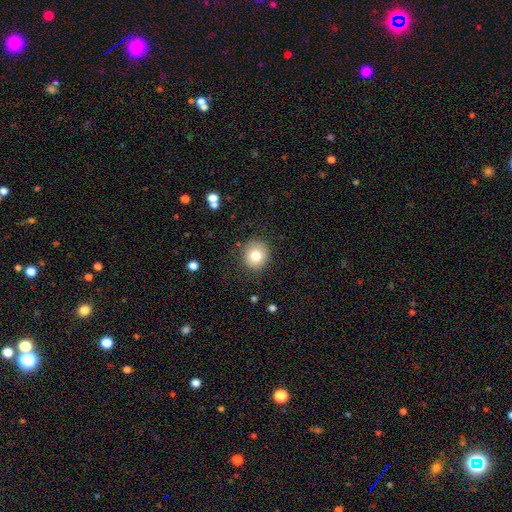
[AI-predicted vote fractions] Smooth or featured? smooth (79%)
How rounded? round (82%)
Merging? none (85%)